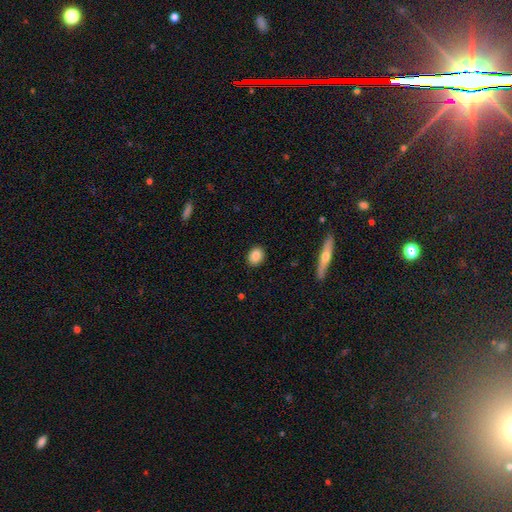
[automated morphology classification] type=smooth (86%); roundness=in between (50%); merging=none (90%).